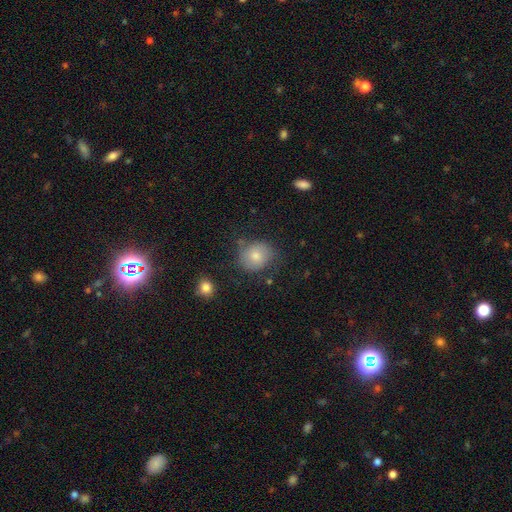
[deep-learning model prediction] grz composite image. It shows a smooth galaxy with no disk features (73%) that is round (78%). Merging: none (67%).